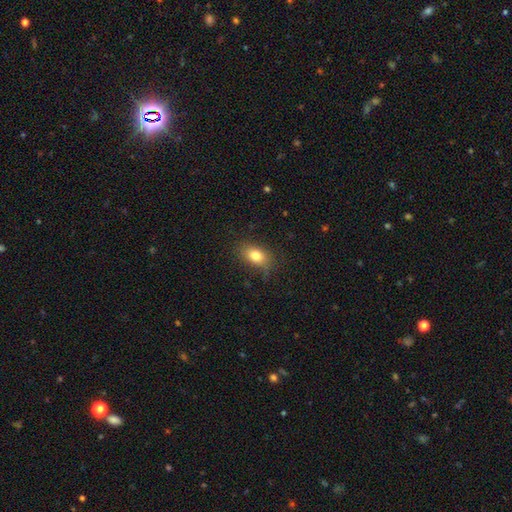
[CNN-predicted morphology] type=smooth (80%); roundness=in between (81%); merging=none (79%).